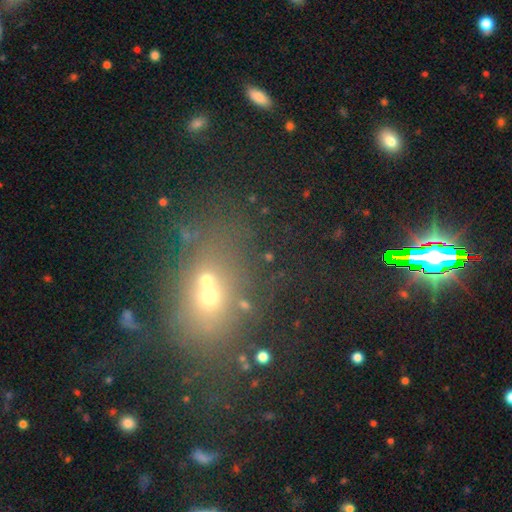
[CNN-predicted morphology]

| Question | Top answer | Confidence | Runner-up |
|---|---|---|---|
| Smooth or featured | smooth | 43% | star or artifact (39%) |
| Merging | none | 55% | merger (25%) |